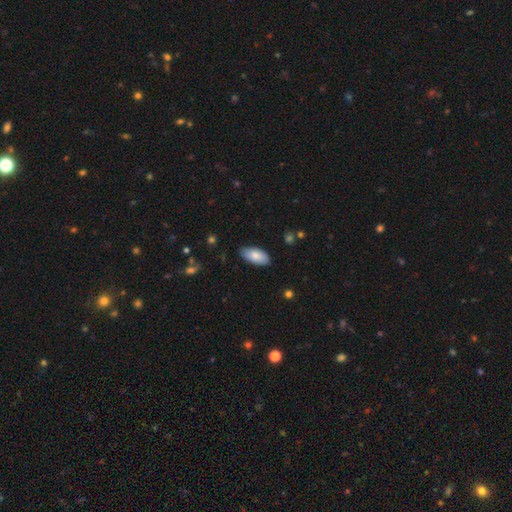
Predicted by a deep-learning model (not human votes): Smooth or featured?
  - smooth: 81% *
  - featured or disk: 13%
  - star or artifact: 6%
How rounded?
  - in between: 93% *
  - cigar-shaped: 5%
  - round: 2%
Merging?
  - none: 83% *
  - minor disturbance: 14%
  - major disturbance: 2%
  - merger: 1%